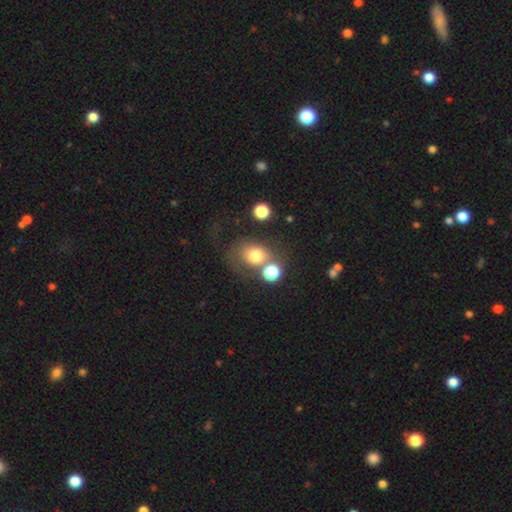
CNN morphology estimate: smooth-or-featured: smooth: 71% | featured or disk: 16% | star or artifact: 13%
  how-rounded: round: 61% | in between: 38% | cigar-shaped: 1%
  merging: none: 38% | merger: 30% | major disturbance: 16% | minor disturbance: 15%